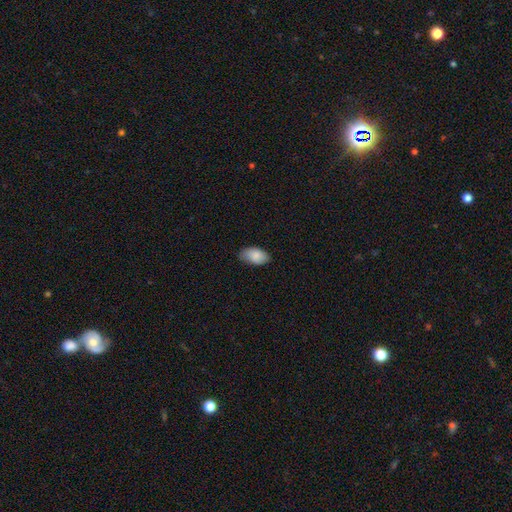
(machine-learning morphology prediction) A smooth galaxy with no disk features (86%) that is in between round and cigar-shaped (94%). Merging: none (72%).